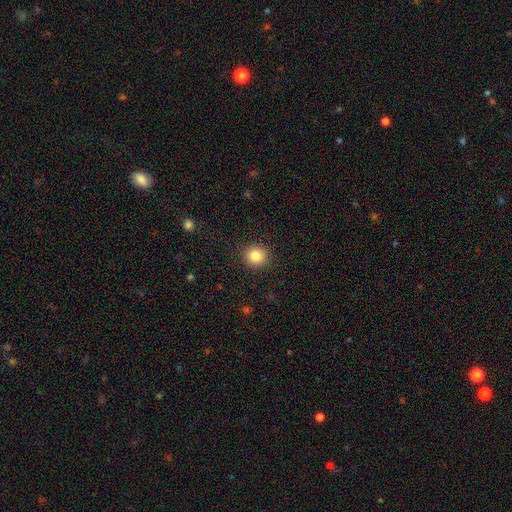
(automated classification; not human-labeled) The model was most divided on "smooth or featured": smooth: 85%, star or artifact: 10%, featured or disk: 5%. More confident: merging — none (91%); how rounded — round (90%).